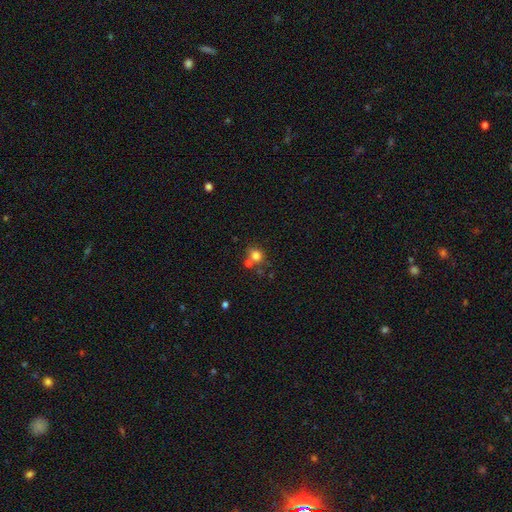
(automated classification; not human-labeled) smooth_or_featured: smooth (p=0.78) [alt: star or artifact p=0.13]
how_rounded: round (p=0.79) [alt: in between p=0.20]
merging: none (p=0.56) [alt: merger p=0.29]